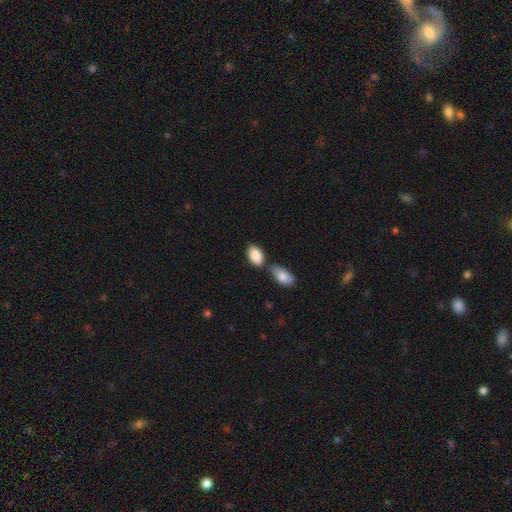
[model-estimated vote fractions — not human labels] Smooth or featured: smooth — 87% (featured or disk — 7%)
How rounded: in between — 93% (round — 5%)
Merging: none — 50% (merger — 31%)